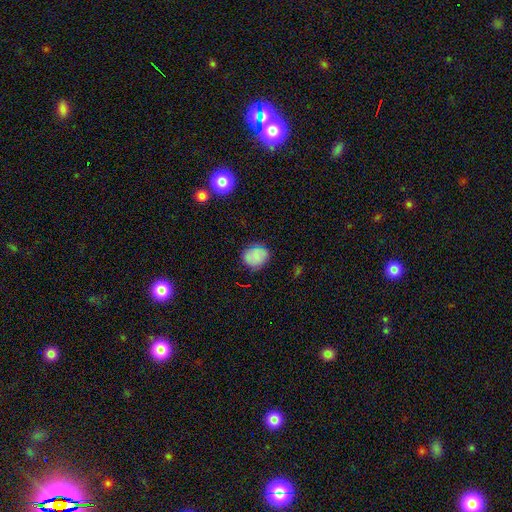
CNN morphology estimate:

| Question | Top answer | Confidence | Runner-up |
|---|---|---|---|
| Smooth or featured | smooth | 76% | featured or disk (12%) |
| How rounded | round | 69% | in between (30%) |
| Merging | none | 79% | minor disturbance (16%) |